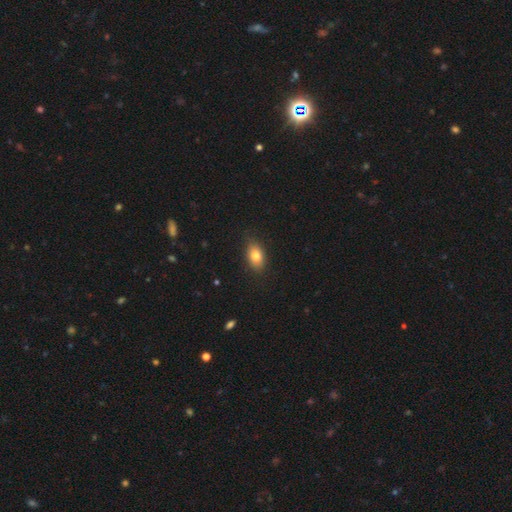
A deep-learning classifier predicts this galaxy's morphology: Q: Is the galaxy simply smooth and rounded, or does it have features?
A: smooth — 80%.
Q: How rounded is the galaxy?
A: in between — 85%.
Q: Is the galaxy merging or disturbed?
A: none — 83%.